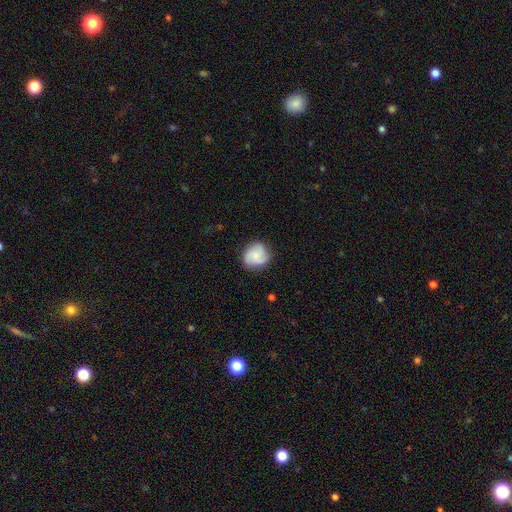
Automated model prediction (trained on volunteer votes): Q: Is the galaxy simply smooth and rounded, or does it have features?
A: smooth — 47%.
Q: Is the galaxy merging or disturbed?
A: none — 79%.